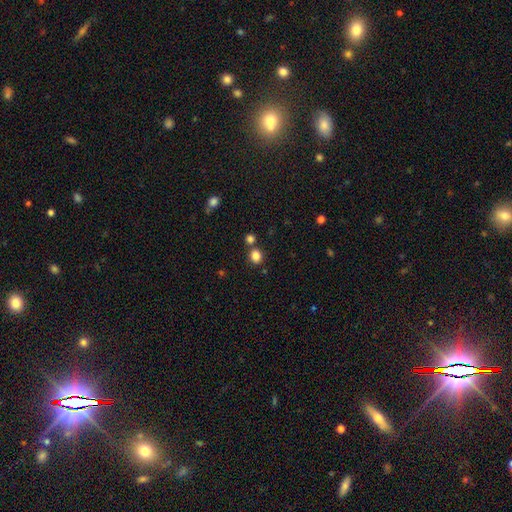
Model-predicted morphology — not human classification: Smooth or featured? Predicted: smooth (p=0.84). How rounded? Predicted: round (p=0.73). Merging? Predicted: none (p=0.74).